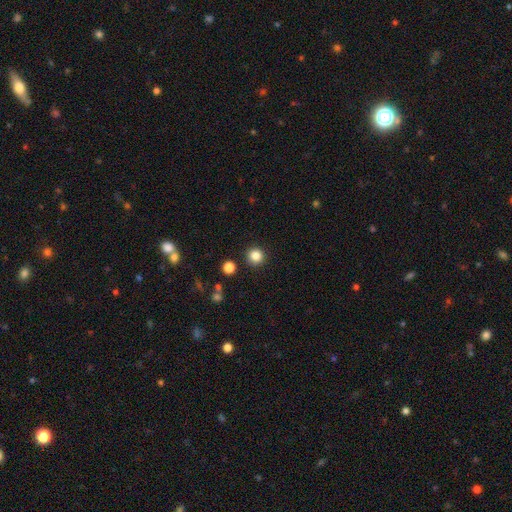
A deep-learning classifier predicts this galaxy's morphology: Overall: smooth (84%). How rounded: round (95%). Merging: none (91%).